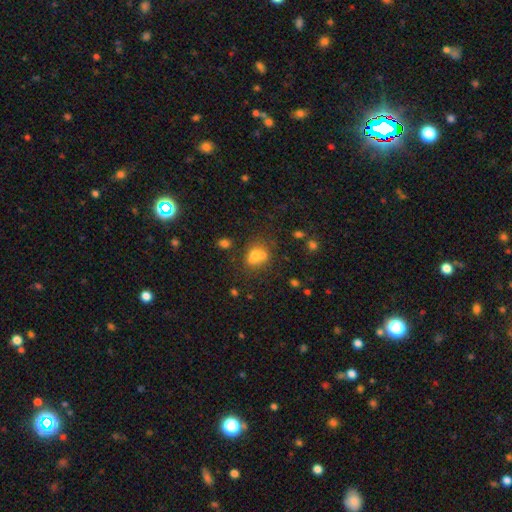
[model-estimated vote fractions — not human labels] This appears to be a smooth galaxy with no disk features (65%) that is round (52%). Merging: merger (44%).